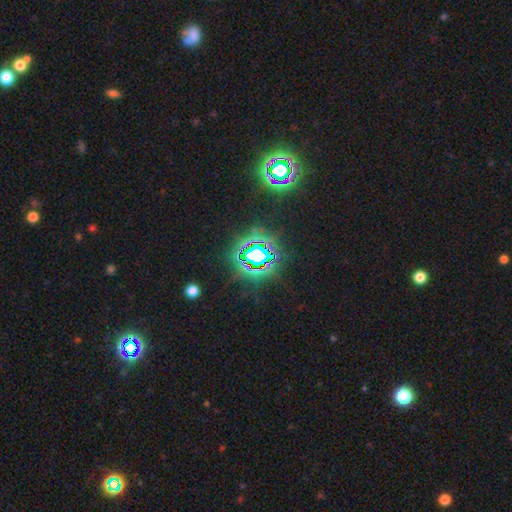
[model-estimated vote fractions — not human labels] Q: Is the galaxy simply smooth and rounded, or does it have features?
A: star or artifact — 79%.